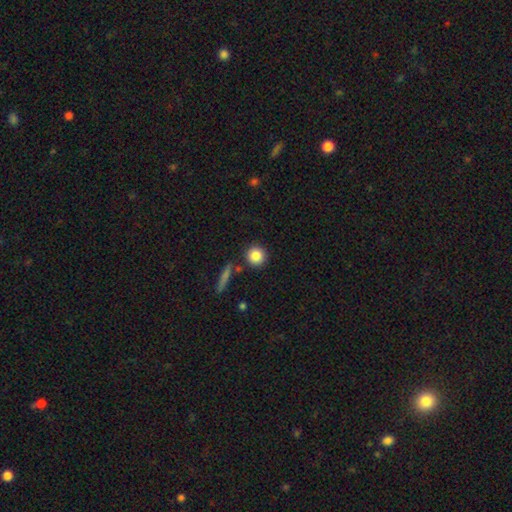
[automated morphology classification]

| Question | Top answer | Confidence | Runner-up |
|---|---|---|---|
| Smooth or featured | smooth | 85% | star or artifact (9%) |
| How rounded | round | 92% | in between (6%) |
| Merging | none | 85% | minor disturbance (7%) |